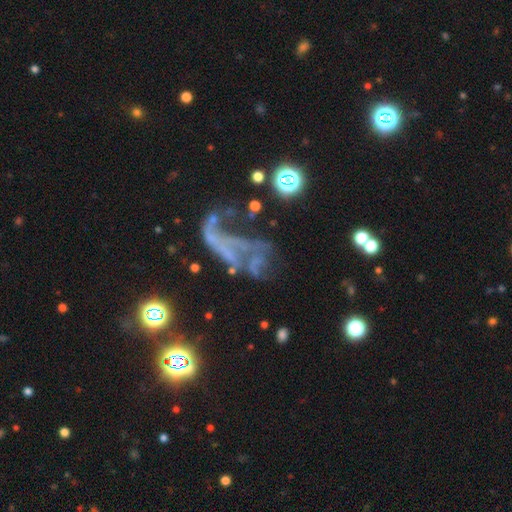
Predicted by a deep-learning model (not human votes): Overall: featured or disk (58%; star or artifact 24%). Edge-on disk: no (94%). Bar: no (78%). Spiral arms: no (66%; yes 34%). Bulge size: none (78%). Merging: major disturbance (48%; none 23%).